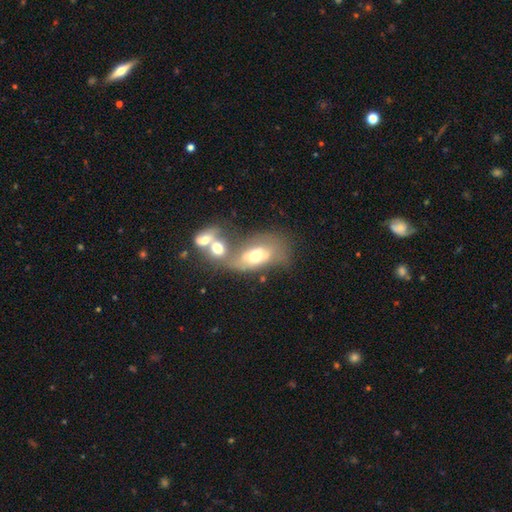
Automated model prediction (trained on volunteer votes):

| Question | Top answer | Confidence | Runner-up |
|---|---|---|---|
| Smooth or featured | smooth | 52% | featured or disk (39%) |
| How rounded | in between | 85% | round (11%) |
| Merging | merger | 60% | none (17%) |